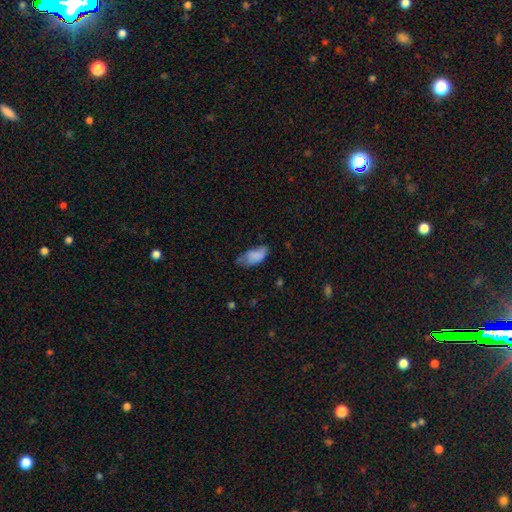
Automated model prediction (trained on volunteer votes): Smooth or featured? smooth (79%)
How rounded? in between (93%)
Merging? minor disturbance (41%)